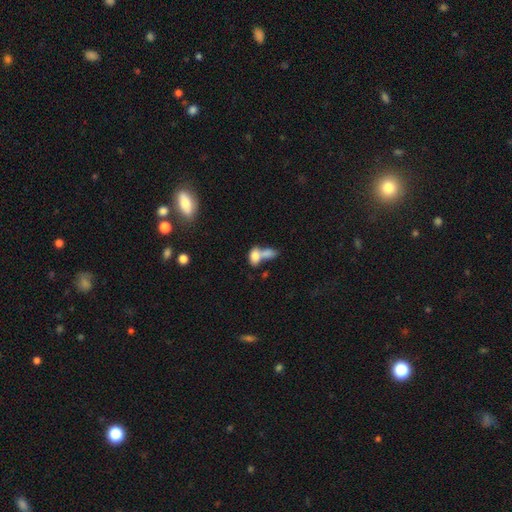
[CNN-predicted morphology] smooth-or-featured: smooth: 76% | featured or disk: 15% | star or artifact: 9%
  how-rounded: in between: 86% | round: 10% | cigar-shaped: 4%
  merging: merger: 66% | none: 20% | minor disturbance: 8% | major disturbance: 6%